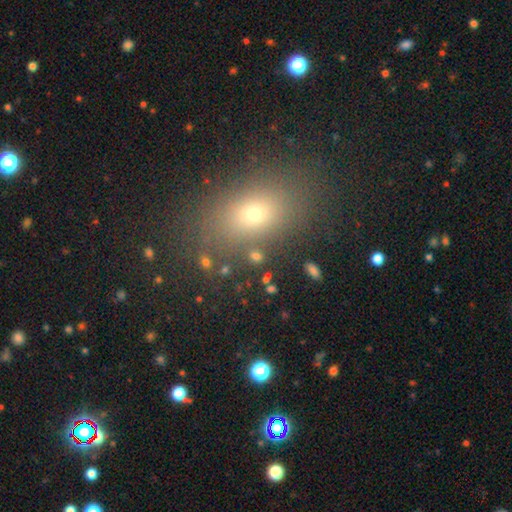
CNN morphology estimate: type=smooth (67%); roundness=in between (73%); merging=none (79%).